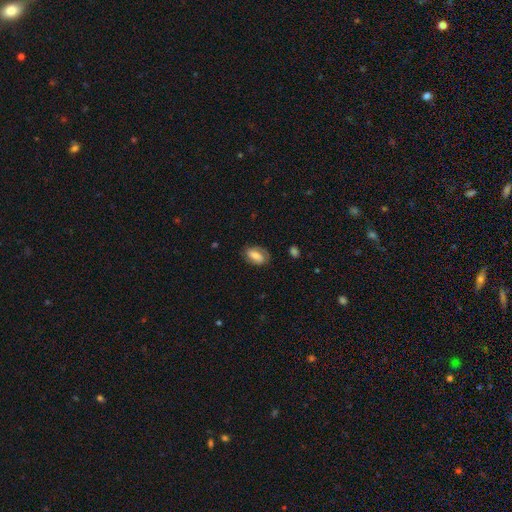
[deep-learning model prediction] Overall: smooth (49%; featured or disk 43%). Merging: none (73%).